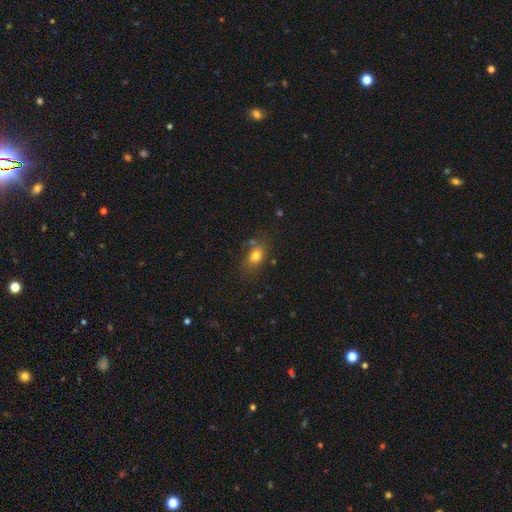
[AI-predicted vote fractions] This appears to be a smooth galaxy with no disk features (77%) that is in between round and cigar-shaped (72%). Merging: none (67%).